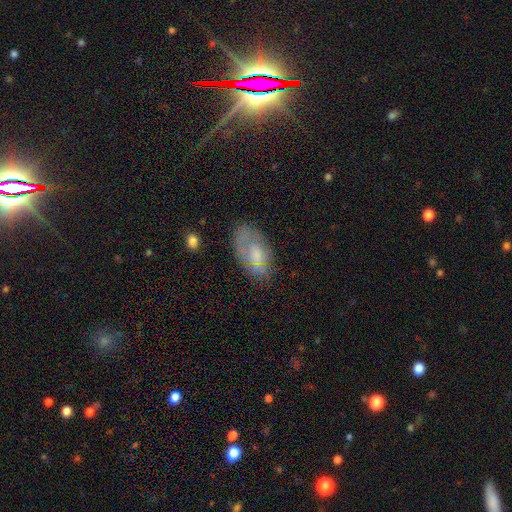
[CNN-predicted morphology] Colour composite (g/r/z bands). It shows a smooth galaxy with no disk features (51%) that is in between round and cigar-shaped (91%). Merging: none (57%).